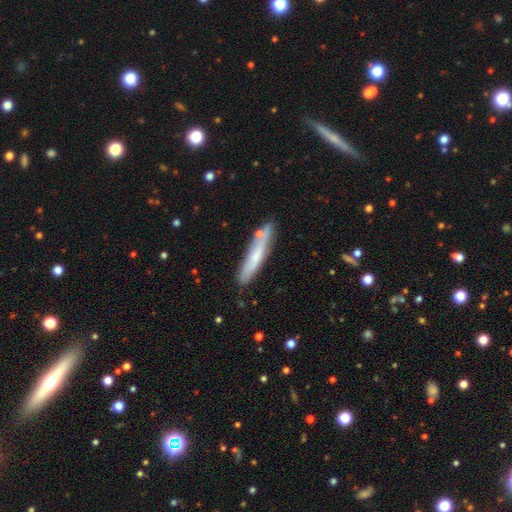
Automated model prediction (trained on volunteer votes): smooth-or-featured: smooth: 59% | featured or disk: 34% | star or artifact: 6%
  how-rounded: cigar-shaped: 91% | in between: 8% | round: 1%
  merging: none: 77% | minor disturbance: 15% | merger: 5% | major disturbance: 3%